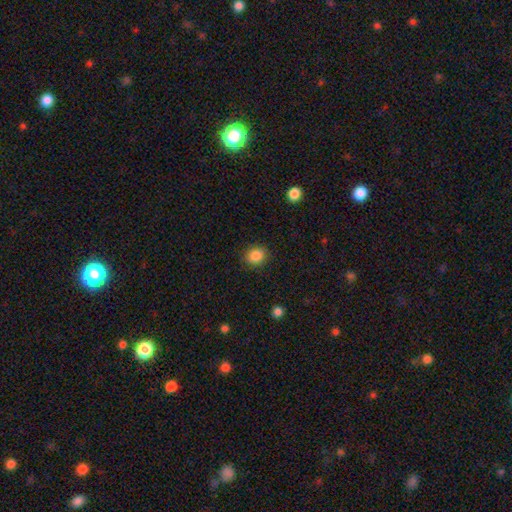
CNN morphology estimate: The model was most divided on "how rounded": round: 68%, in between: 32%, cigar-shaped: 1%. More confident: merging — none (88%); smooth or featured — smooth (87%).